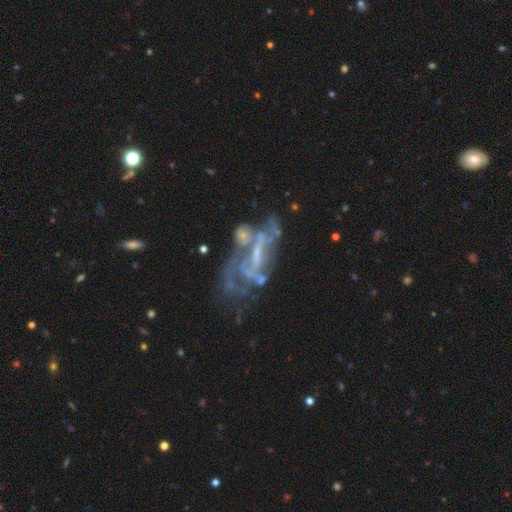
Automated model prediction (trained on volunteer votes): Smooth or featured: featured or disk — 77% (star or artifact — 13%)
Edge-on disk: no — 93% (yes — 7%)
Bar: no — 38% (weak — 35%)
Spiral arms: yes — 60% (no — 40%)
Bulge size: none — 49% (small — 31%)
Merging: none — 33% (major disturbance — 30%)